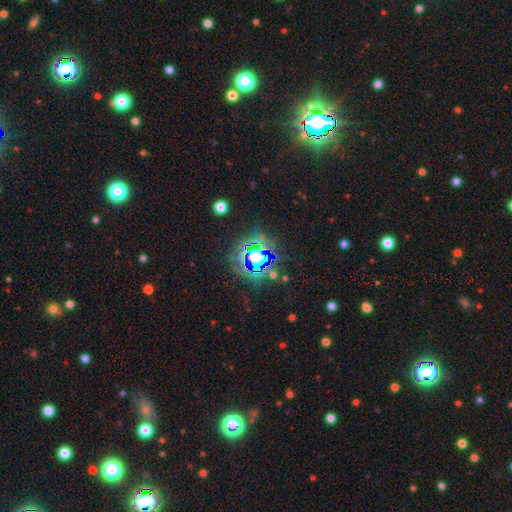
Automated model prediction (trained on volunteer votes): This appears to be a star or artifact, not a galaxy (83%).